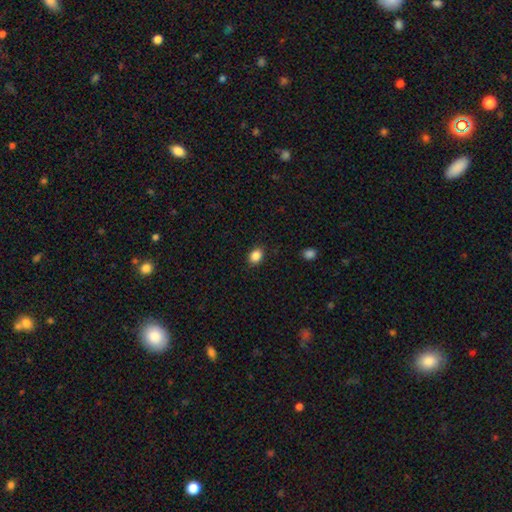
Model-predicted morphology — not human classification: smooth 87%, star or artifact 9%, featured or disk 3%. Down the decision tree: how rounded — in between (62%); merging — none (87%).